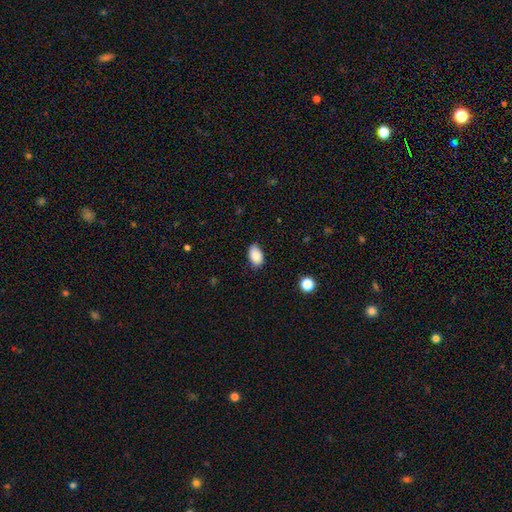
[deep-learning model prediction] Smooth or featured? Predicted: smooth (p=0.87). How rounded? Predicted: in between (p=0.90). Merging? Predicted: none (p=0.80).